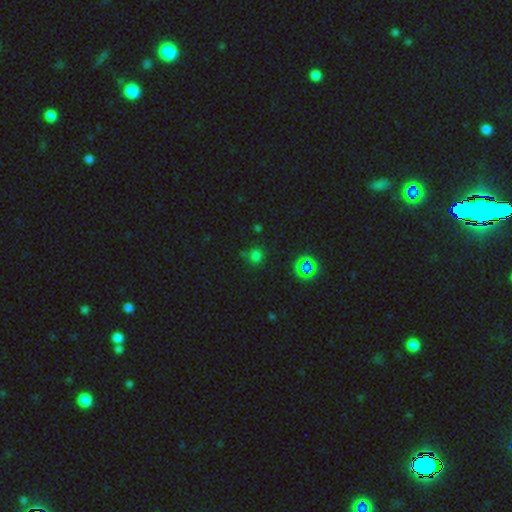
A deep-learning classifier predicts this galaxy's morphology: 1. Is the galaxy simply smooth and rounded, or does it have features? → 58% smooth, 36% star or artifact, 6% featured or disk.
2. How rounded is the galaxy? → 84% round, 14% in between, 1% cigar-shaped.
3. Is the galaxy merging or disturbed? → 75% none, 14% minor disturbance, 6% merger, 5% major disturbance.